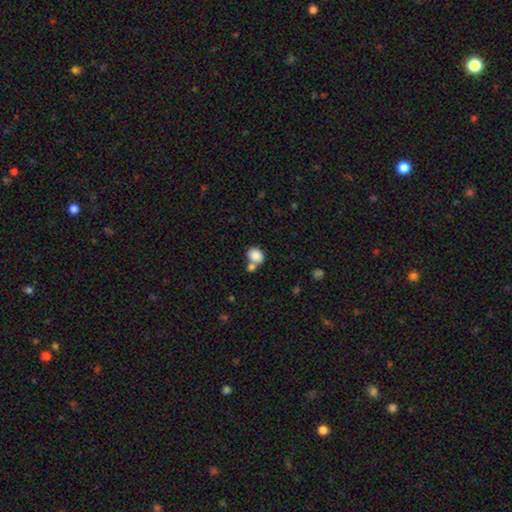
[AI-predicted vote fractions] Smooth or featured?
  - smooth: 86% *
  - star or artifact: 8%
  - featured or disk: 6%
How rounded?
  - round: 52% *
  - in between: 47%
  - cigar-shaped: 1%
Merging?
  - none: 47% *
  - merger: 38%
  - minor disturbance: 11%
  - major disturbance: 4%